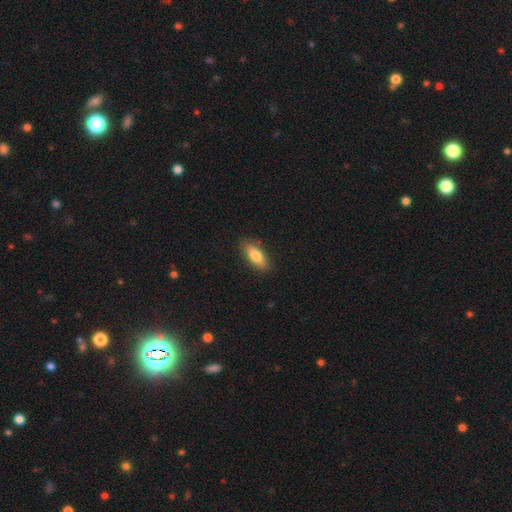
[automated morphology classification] The model was most divided on "how rounded": in between: 72%, cigar-shaped: 26%, round: 2%. More confident: merging — none (86%); smooth or featured — smooth (80%).